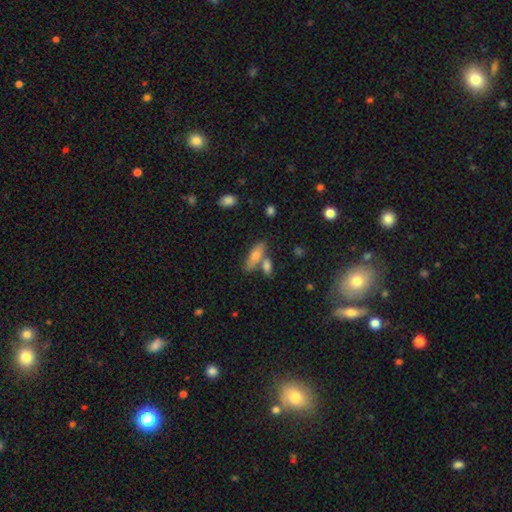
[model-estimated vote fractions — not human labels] This is likely a smooth galaxy (74%). How rounded: possibly in between (53%). Merging: possibly none (53%).